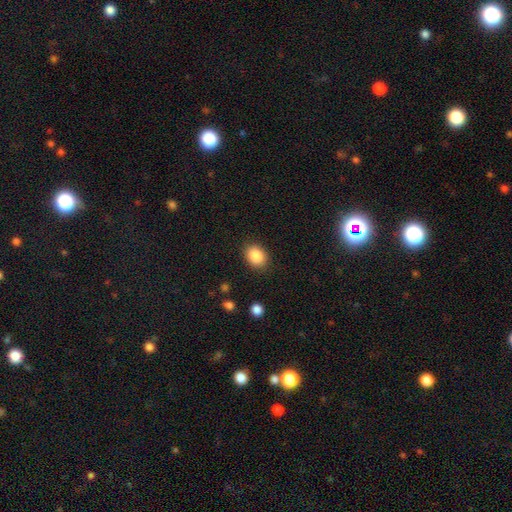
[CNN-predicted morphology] Smooth or featured? smooth (87%)
How rounded? in between (54%)
Merging? none (87%)